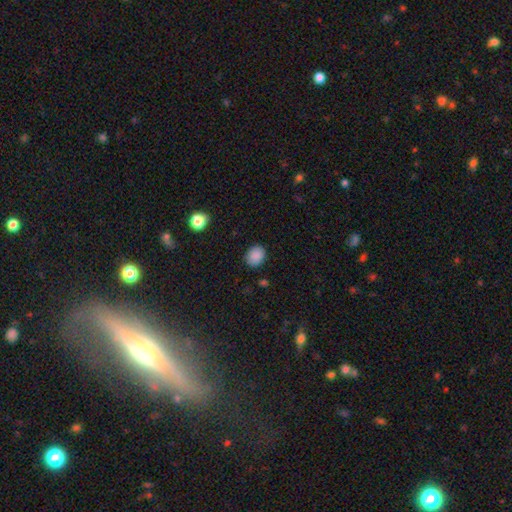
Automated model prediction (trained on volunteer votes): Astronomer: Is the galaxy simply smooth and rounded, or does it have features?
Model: smooth — 88%.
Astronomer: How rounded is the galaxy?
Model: round — 60% (runner-up: in between, 39%).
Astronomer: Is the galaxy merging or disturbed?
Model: none — 85%.